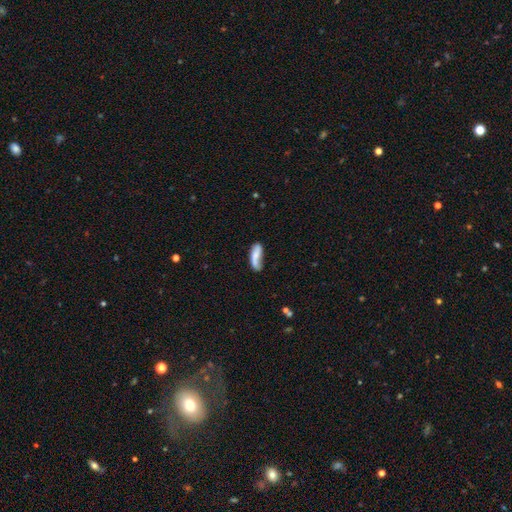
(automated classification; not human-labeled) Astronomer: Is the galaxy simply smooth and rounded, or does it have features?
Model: smooth — 67%.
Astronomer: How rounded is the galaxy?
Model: in between — 61% (runner-up: cigar-shaped, 37%).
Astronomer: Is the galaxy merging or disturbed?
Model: none — 41% (runner-up: minor disturbance, 29%).